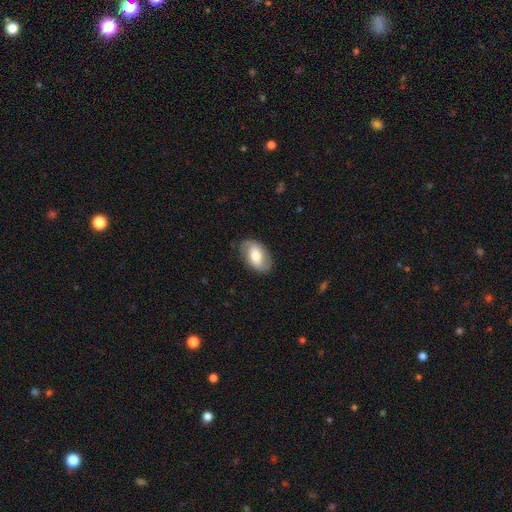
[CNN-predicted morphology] smooth_or_featured: smooth (p=0.52) [alt: featured or disk p=0.41]
how_rounded: in between (p=0.91) [alt: round p=0.07]
merging: none (p=0.78) [alt: minor disturbance p=0.16]